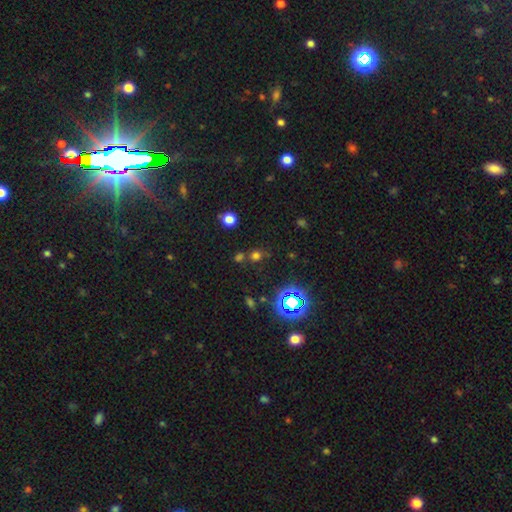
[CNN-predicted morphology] This appears to be a smooth galaxy with no disk features (52%) that is round (81%). Merging: none (66%).